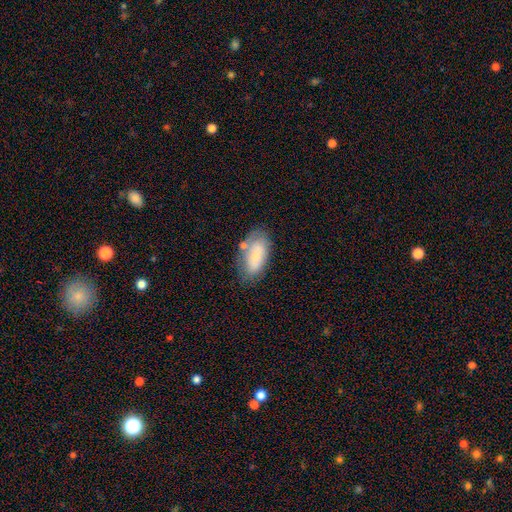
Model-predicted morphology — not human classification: Overall: smooth (62%; featured or disk 30%). How rounded: in between (92%). Merging: none (63%).